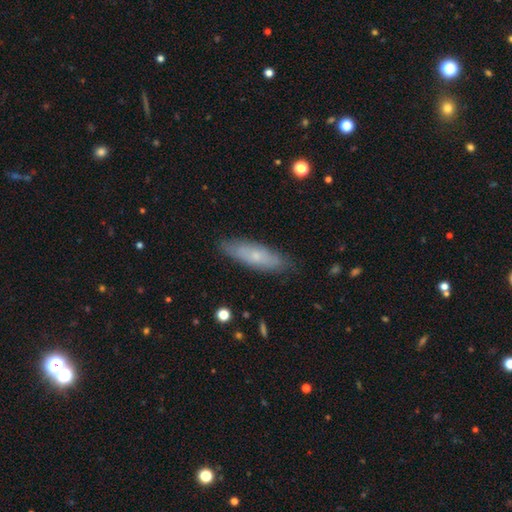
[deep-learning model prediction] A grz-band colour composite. It shows a smooth galaxy with no disk features (57%) that is cigar-shaped (53%). Merging: none (84%).